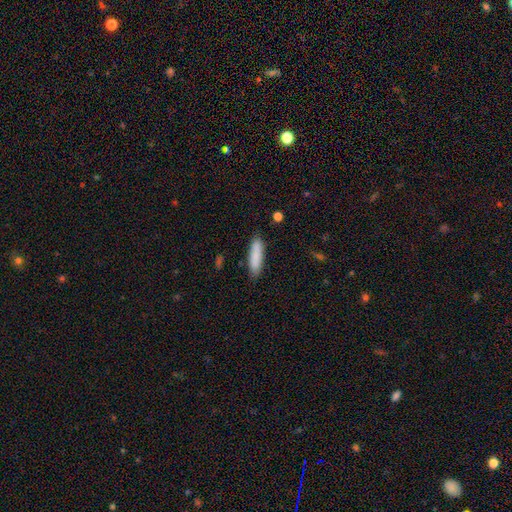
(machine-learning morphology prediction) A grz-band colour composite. It shows a smooth galaxy with no disk features (86%) that is cigar-shaped (70%). Merging: none (85%).